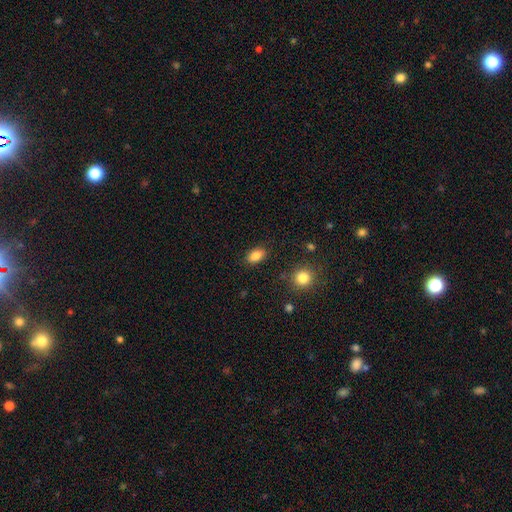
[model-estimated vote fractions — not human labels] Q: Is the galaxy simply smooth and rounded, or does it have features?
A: smooth — 86%.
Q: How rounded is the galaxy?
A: in between — 88%.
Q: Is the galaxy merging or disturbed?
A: none — 86%.